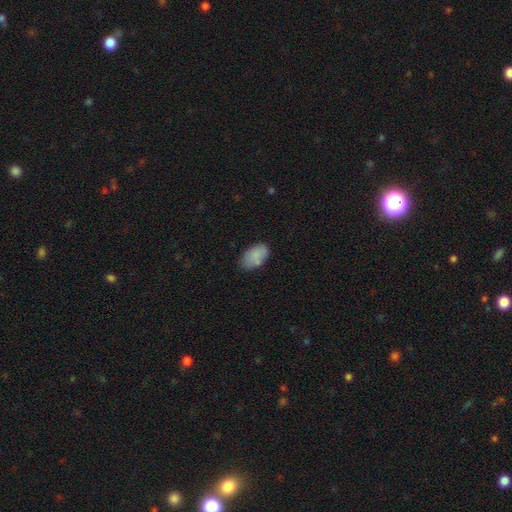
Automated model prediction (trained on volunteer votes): Smooth or featured: smooth — 85% (featured or disk — 8%)
How rounded: in between — 93% (round — 6%)
Merging: none — 73% (minor disturbance — 20%)